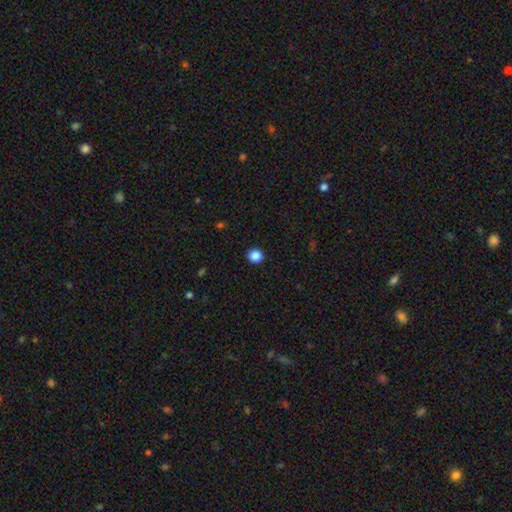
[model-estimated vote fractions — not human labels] This appears to be a smooth galaxy with no disk features (87%) that is round (89%). Merging: none (93%).